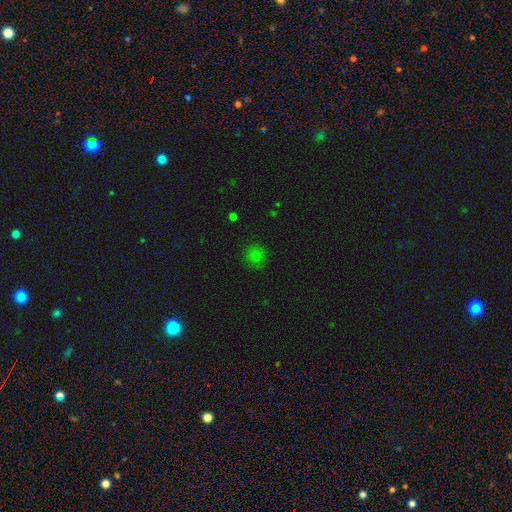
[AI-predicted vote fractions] This appears to be a smooth galaxy with no disk features (71%) that is round (91%). Merging: none (86%).